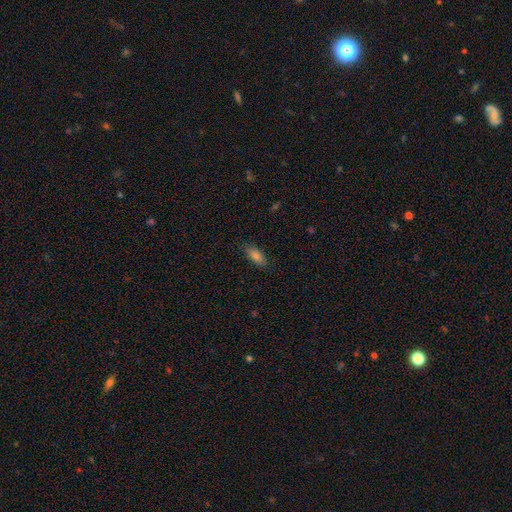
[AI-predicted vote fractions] The model was most divided on "how rounded": in between: 80%, cigar-shaped: 17%, round: 2%. More confident: merging — none (85%); smooth or featured — smooth (83%).